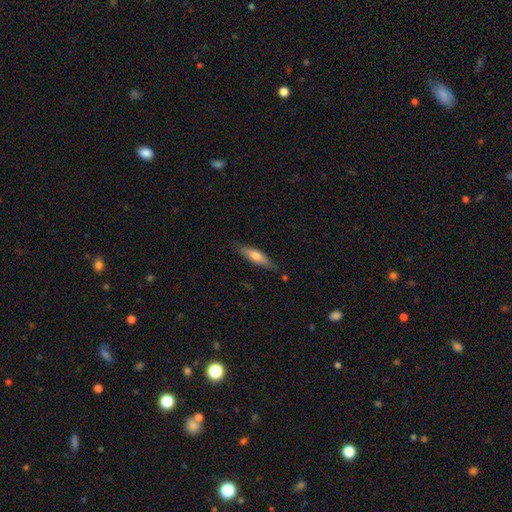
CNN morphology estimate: smooth-or-featured: smooth: 65% | featured or disk: 29% | star or artifact: 6%
  how-rounded: cigar-shaped: 66% | in between: 32% | round: 2%
  merging: none: 80% | minor disturbance: 15% | major disturbance: 3% | merger: 2%